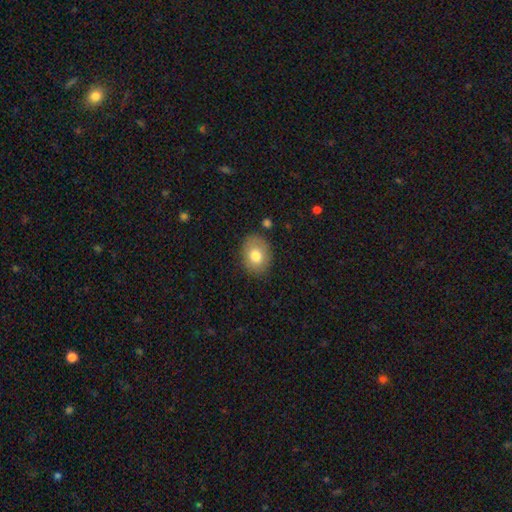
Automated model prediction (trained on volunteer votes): Overall: smooth (77%). How rounded: in between (61%; round 38%). Merging: none (81%).